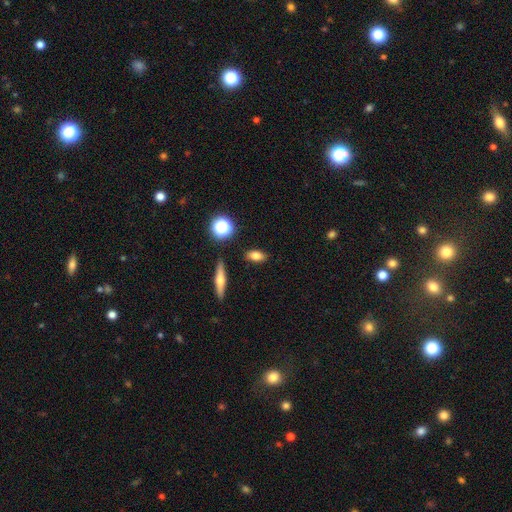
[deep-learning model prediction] This is likely a smooth galaxy (76%). How rounded: likely in between (74%). Merging: clearly none (86%).